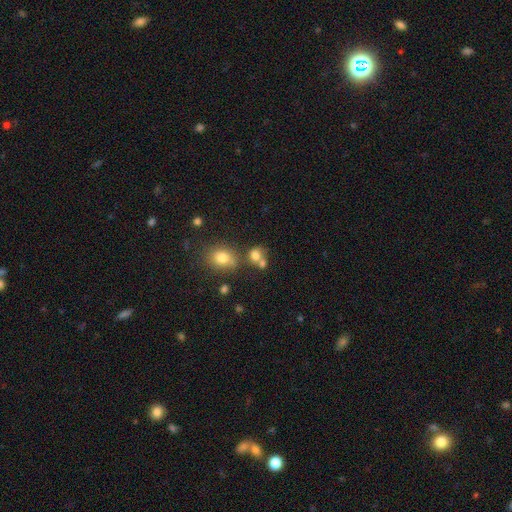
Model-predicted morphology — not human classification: A smooth galaxy with no disk features (76%) that is round (69%).

Vote fractions:
- Smooth or featured? smooth: 76% / star or artifact: 14% / featured or disk: 10%
- How rounded? round: 69% / in between: 30% / cigar-shaped: 1%
- Merging? none: 45% / merger: 38% / minor disturbance: 11% / major disturbance: 6%